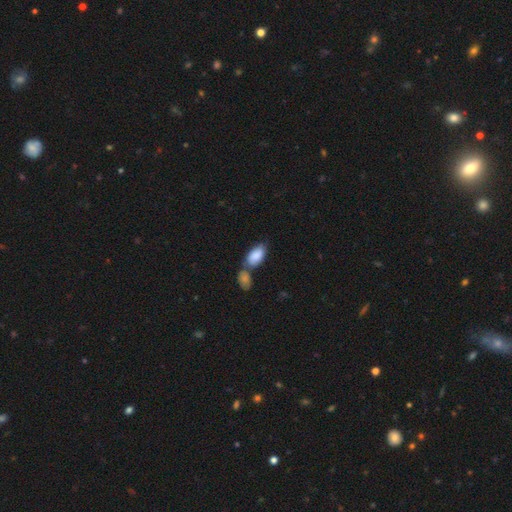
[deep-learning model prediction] Overall: smooth (85%). How rounded: in between (94%). Merging: merger (41%; none 40%).